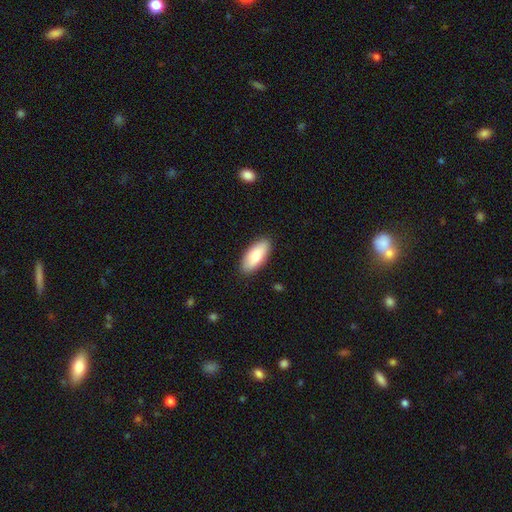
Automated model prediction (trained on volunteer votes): Smooth or featured: smooth — 83% (featured or disk — 11%)
How rounded: in between — 84% (cigar-shaped — 14%)
Merging: none — 89% (minor disturbance — 9%)